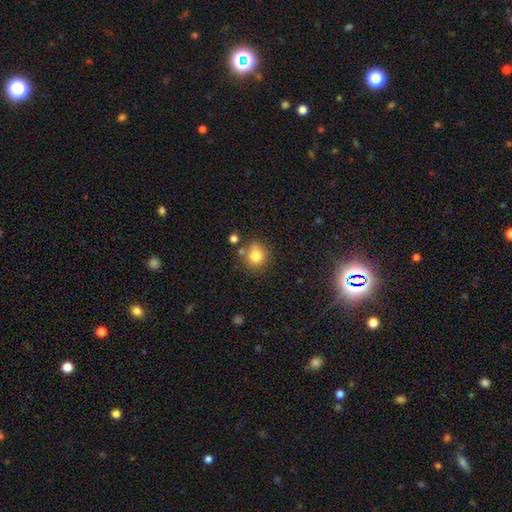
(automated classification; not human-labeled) Smooth or featured? Predicted: smooth (p=0.79). How rounded? Predicted: round (p=0.85). Merging? Predicted: none (p=0.70).